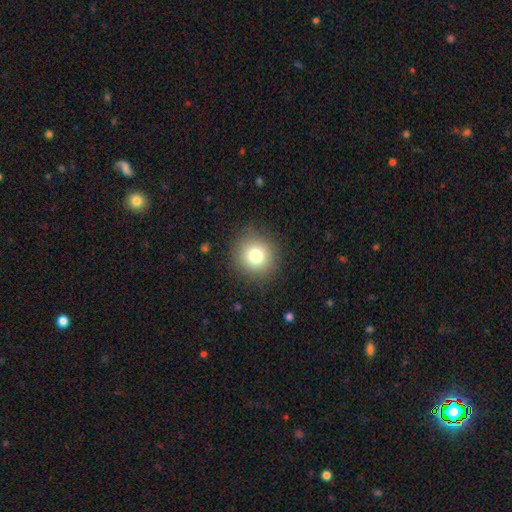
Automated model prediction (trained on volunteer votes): Morphology: type=smooth (78%); roundness=round (91%); merging=none (88%).